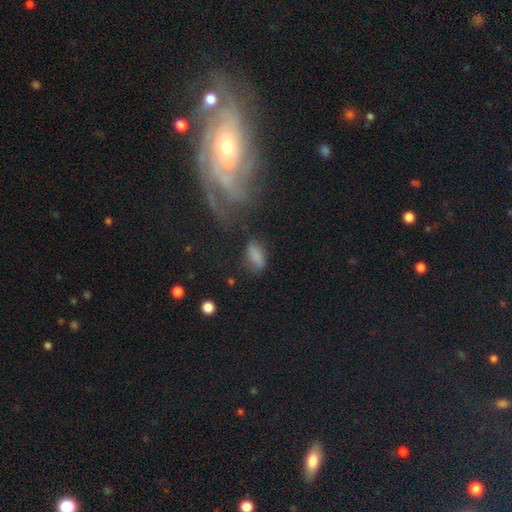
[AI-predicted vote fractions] This appears to be a smooth galaxy with no disk features (76%) that is in between round and cigar-shaped (87%). Merging: none (63%).